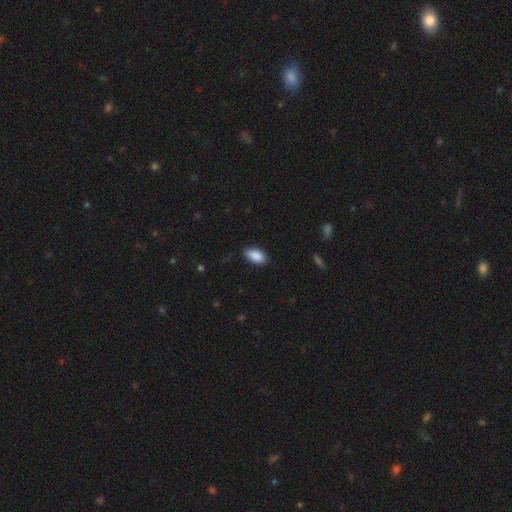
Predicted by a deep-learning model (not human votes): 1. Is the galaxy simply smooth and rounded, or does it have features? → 89% smooth, 7% star or artifact, 4% featured or disk.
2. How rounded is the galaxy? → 94% in between, 4% round, 3% cigar-shaped.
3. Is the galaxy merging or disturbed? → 84% none, 13% minor disturbance, 2% major disturbance, 1% merger.